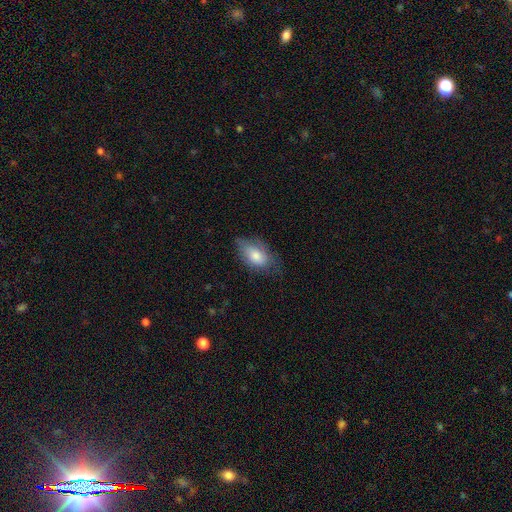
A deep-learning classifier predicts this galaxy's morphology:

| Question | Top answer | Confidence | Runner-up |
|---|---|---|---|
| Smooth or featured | smooth | 75% | featured or disk (18%) |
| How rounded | in between | 91% | round (5%) |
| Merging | none | 57% | minor disturbance (32%) |